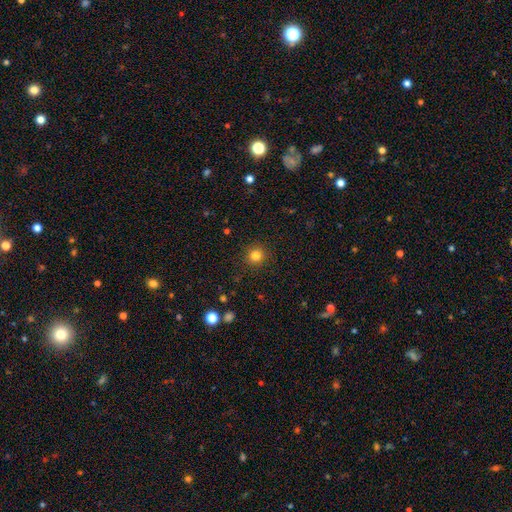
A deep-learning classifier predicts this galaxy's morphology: This appears to be a smooth galaxy with no disk features (82%) that is round (93%). Merging: none (91%).